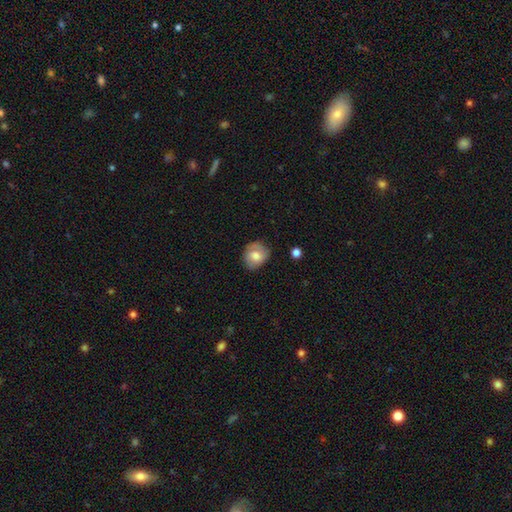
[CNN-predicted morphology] Smooth or featured? smooth (62%)
How rounded? round (69%)
Merging? none (73%)